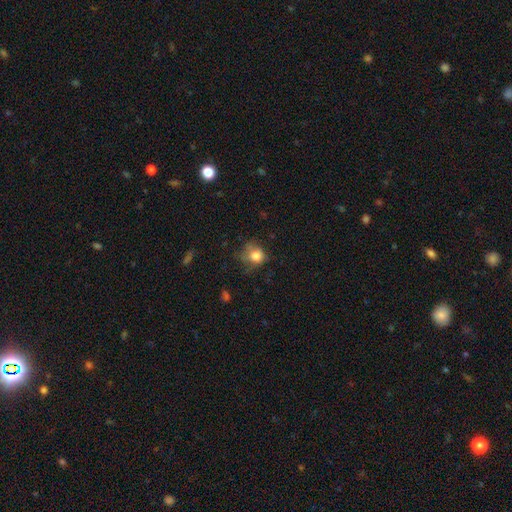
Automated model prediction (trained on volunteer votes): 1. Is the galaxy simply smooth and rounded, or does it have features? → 73% smooth, 15% featured or disk, 11% star or artifact.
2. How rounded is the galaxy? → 66% round, 33% in between, 1% cigar-shaped.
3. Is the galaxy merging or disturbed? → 44% none, 29% minor disturbance, 24% major disturbance, 2% merger.